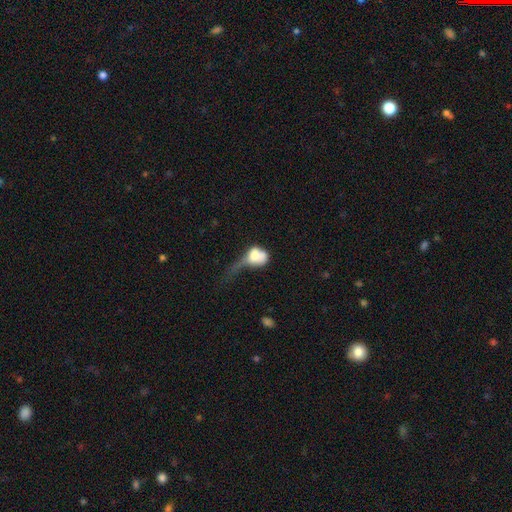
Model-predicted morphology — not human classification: The model was most divided on "how rounded": in between: 60%, round: 37%, cigar-shaped: 3%. More confident: smooth or featured — smooth (63%); merging — major disturbance (51%).